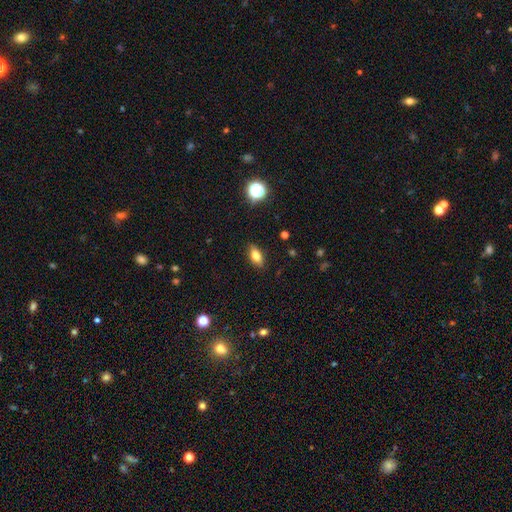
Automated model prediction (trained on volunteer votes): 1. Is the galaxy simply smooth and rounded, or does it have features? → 69% smooth, 21% featured or disk, 10% star or artifact.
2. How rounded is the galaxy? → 79% in between, 15% cigar-shaped, 7% round.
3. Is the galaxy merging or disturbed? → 87% none, 10% minor disturbance, 2% major disturbance, 1% merger.